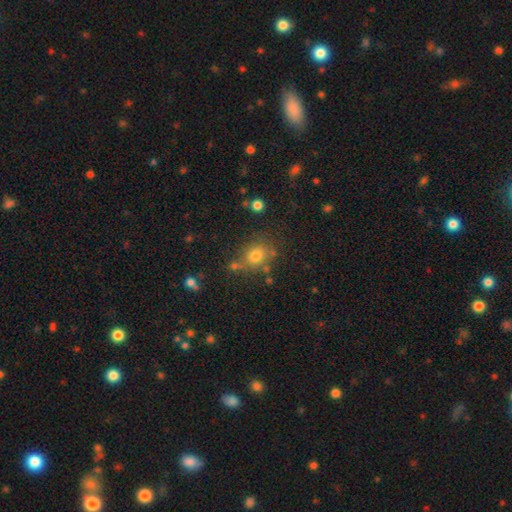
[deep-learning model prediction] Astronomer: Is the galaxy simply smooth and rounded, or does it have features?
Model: smooth — 73%.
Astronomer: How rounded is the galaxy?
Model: round — 70%.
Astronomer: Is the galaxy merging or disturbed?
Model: none — 69%.